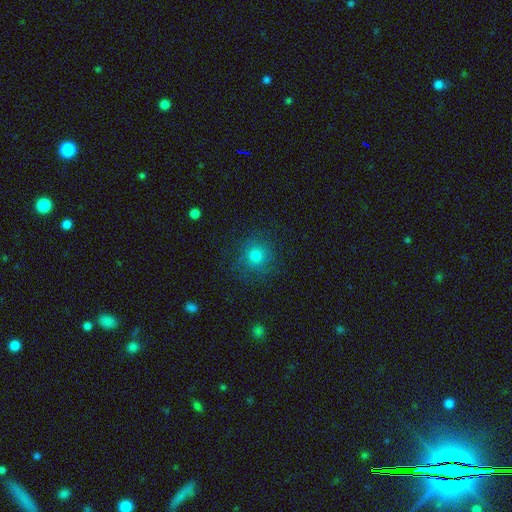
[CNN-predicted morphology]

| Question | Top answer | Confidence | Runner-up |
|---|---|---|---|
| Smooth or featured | smooth | 76% | star or artifact (15%) |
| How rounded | round | 92% | in between (7%) |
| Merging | none | 81% | minor disturbance (12%) |